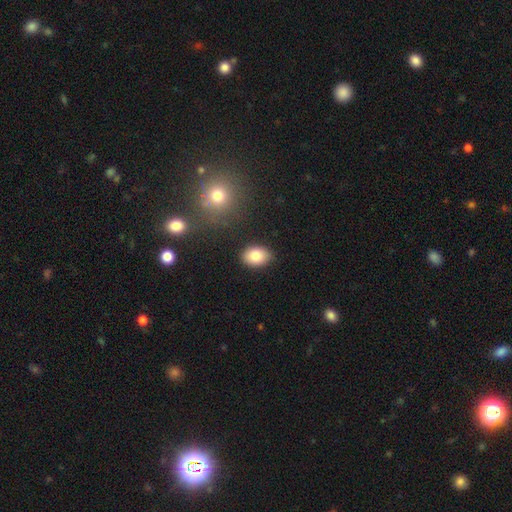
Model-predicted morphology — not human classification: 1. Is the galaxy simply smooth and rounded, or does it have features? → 82% smooth, 9% star or artifact, 9% featured or disk.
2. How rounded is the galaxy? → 76% in between, 23% round, 1% cigar-shaped.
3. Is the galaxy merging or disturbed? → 87% none, 9% minor disturbance, 2% major disturbance, 2% merger.